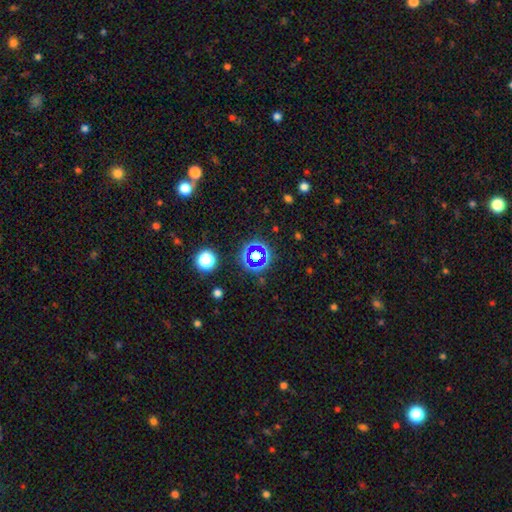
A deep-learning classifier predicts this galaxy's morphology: A star or artifact, not a galaxy (59%).

Vote fractions:
- Smooth or featured? star or artifact: 59% / smooth: 30% / featured or disk: 12%